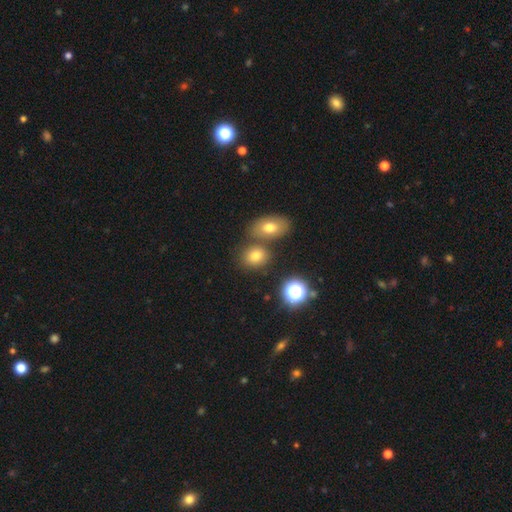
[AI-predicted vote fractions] Morphology: type=smooth (74%); roundness=in between (50%); merging=none (66%).